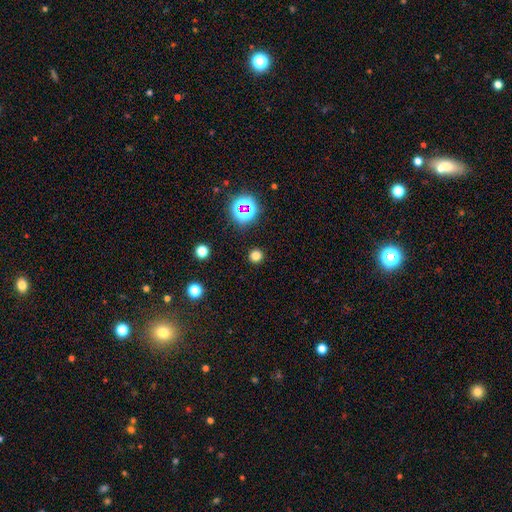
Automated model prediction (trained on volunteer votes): Smooth or featured? Predicted: smooth (p=0.74). How rounded? Predicted: round (p=0.94). Merging? Predicted: none (p=0.91).